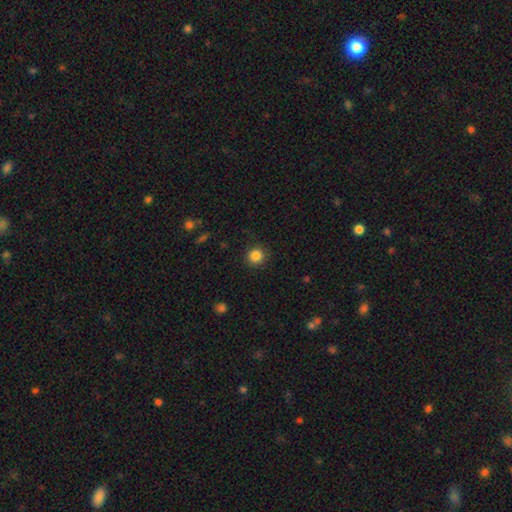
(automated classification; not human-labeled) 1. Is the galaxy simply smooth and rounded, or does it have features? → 85% smooth, 11% star or artifact, 4% featured or disk.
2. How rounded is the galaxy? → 93% round, 6% in between, 1% cigar-shaped.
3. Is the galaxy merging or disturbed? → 89% none, 7% minor disturbance, 3% major disturbance, 1% merger.